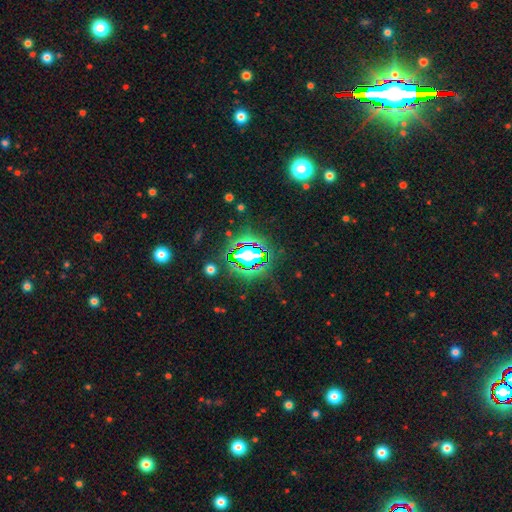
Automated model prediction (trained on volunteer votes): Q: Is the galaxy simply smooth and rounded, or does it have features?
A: star or artifact — 84%.